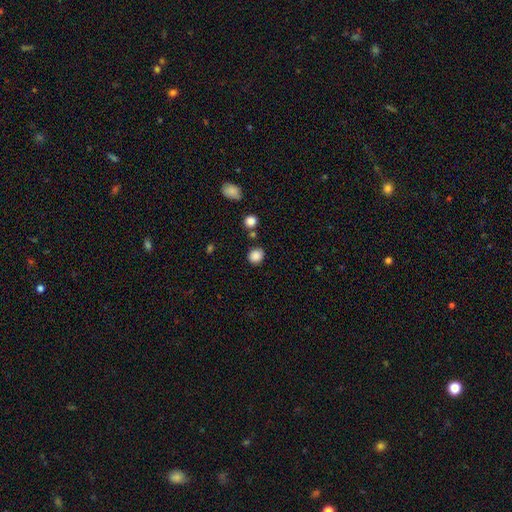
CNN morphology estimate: smooth-or-featured: smooth: 86% | star or artifact: 10% | featured or disk: 3%
  how-rounded: round: 79% | in between: 20% | cigar-shaped: 1%
  merging: none: 81% | minor disturbance: 11% | merger: 5% | major disturbance: 3%